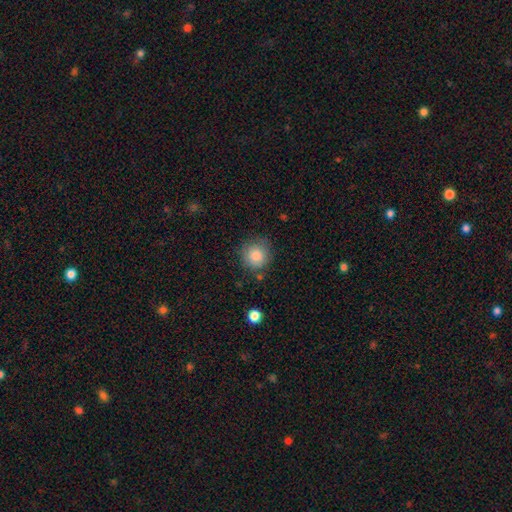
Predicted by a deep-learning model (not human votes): The model was most divided on "merging": none: 78%, minor disturbance: 15%, major disturbance: 4%, merger: 3%. More confident: how rounded — round (92%); smooth or featured — smooth (85%).